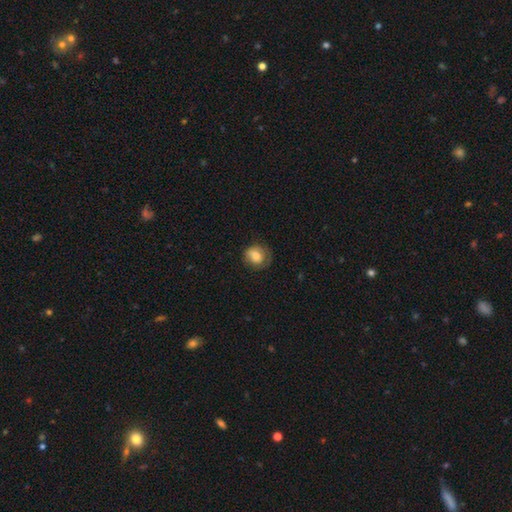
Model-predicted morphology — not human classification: smooth_or_featured: smooth (p=0.71) [alt: featured or disk p=0.21]
how_rounded: round (p=0.70) [alt: in between p=0.30]
merging: none (p=0.63) [alt: minor disturbance p=0.25]